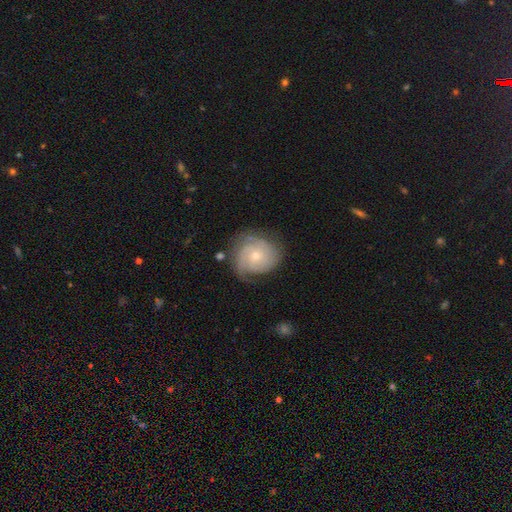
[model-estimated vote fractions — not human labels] Smooth or featured? featured or disk (78%)
Edge-on disk? no (98%)
Bar? no (77%)
Spiral arms? yes (94%)
Spiral winding? tight (64%)
Spiral arm count? 3 (32%)
Bulge size? small (68%)
Merging? none (68%)